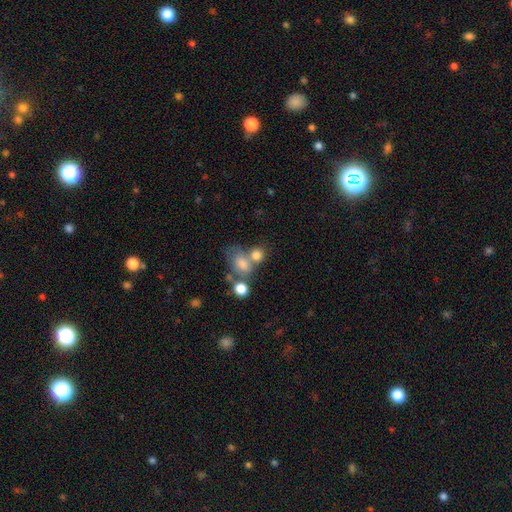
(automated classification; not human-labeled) A smooth galaxy with no disk features (73%) that is in between round and cigar-shaped (52%). Merging: merger (46%).